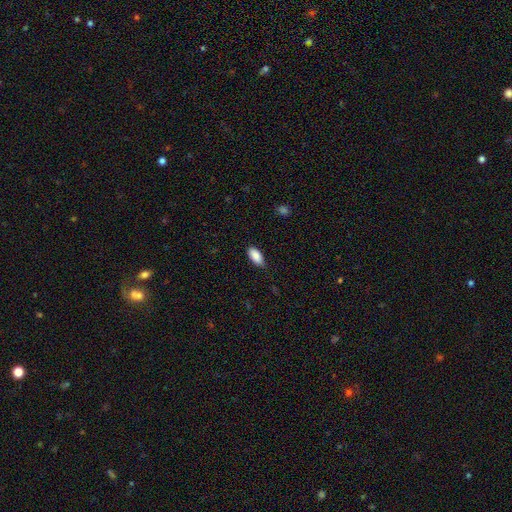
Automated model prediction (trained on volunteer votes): Smooth or featured? smooth (88%)
How rounded? in between (90%)
Merging? none (77%)